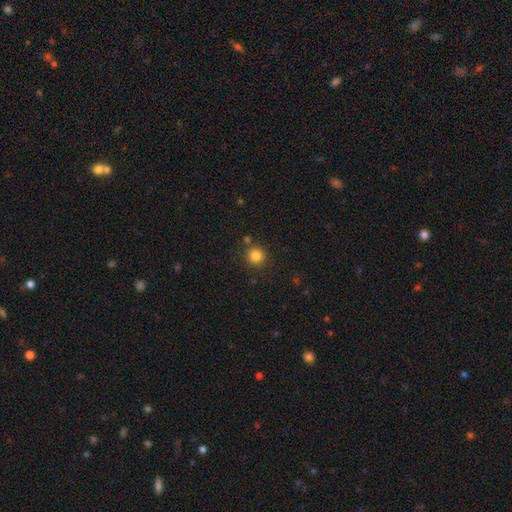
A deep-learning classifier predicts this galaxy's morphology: Smooth or featured?
  - smooth: 83% *
  - star or artifact: 12%
  - featured or disk: 5%
How rounded?
  - round: 94% *
  - in between: 5%
  - cigar-shaped: 1%
Merging?
  - none: 86% *
  - minor disturbance: 7%
  - merger: 5%
  - major disturbance: 2%